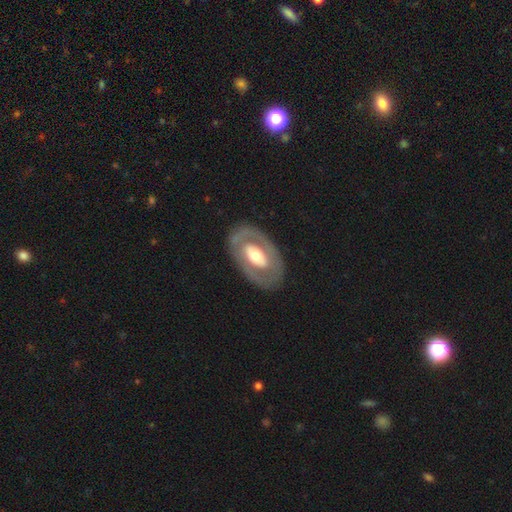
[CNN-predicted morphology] smooth_or_featured: featured or disk (p=0.62) [alt: smooth p=0.33]
disk_edge_on: no (p=0.91) [alt: yes p=0.09]
bar: no (p=0.58) [alt: weak p=0.23]
has_spiral_arms: no (p=0.78) [alt: yes p=0.22]
bulge_size: moderate (p=0.56) [alt: large p=0.29]
merging: none (p=0.81) [alt: minor disturbance p=0.12]